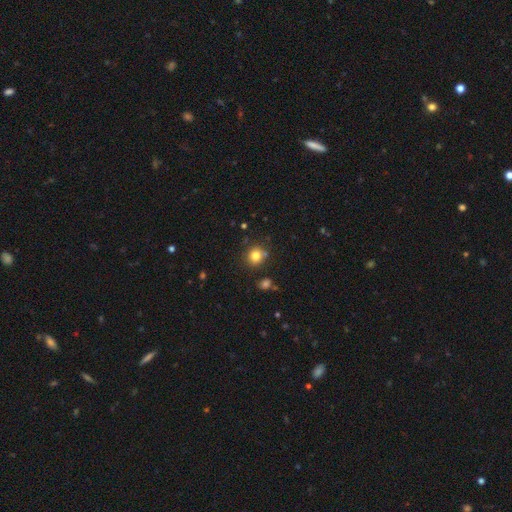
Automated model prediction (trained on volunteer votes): Overall: smooth (80%). How rounded: round (88%). Merging: none (80%).